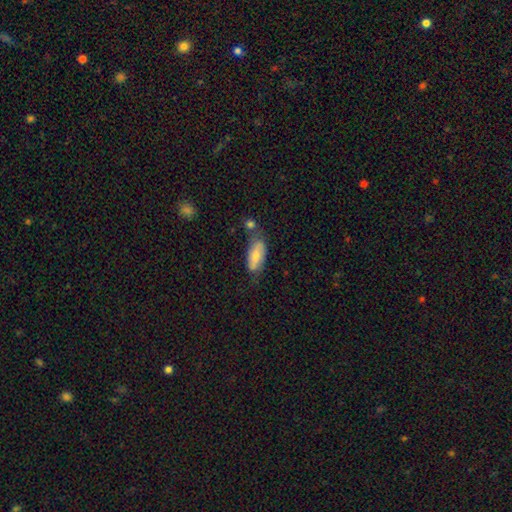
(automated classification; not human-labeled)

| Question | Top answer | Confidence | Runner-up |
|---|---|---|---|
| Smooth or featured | smooth | 66% | featured or disk (27%) |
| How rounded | in between | 81% | cigar-shaped (16%) |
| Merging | none | 53% | minor disturbance (26%) |